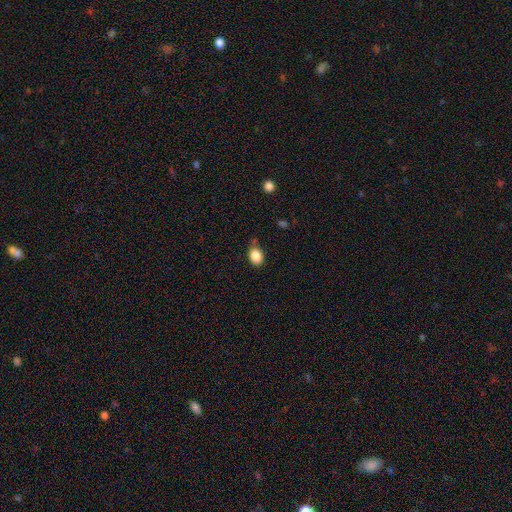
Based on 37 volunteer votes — A smooth galaxy with no disk features (95%) that is in between round and cigar-shaped (63%). Merging: none (57%).